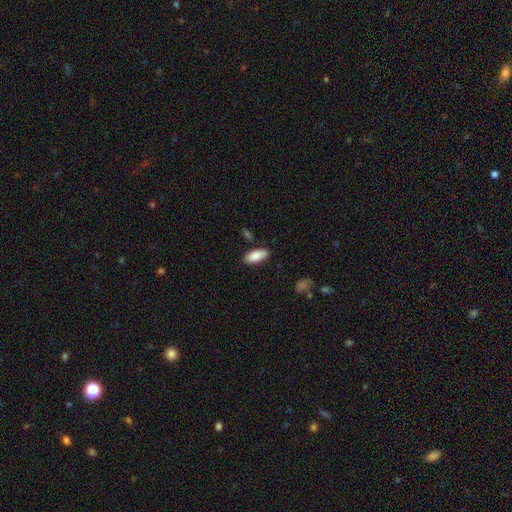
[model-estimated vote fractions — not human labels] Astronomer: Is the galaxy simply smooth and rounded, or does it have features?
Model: smooth — 88%.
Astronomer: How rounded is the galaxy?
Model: in between — 86%.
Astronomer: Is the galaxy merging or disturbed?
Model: none — 81%.